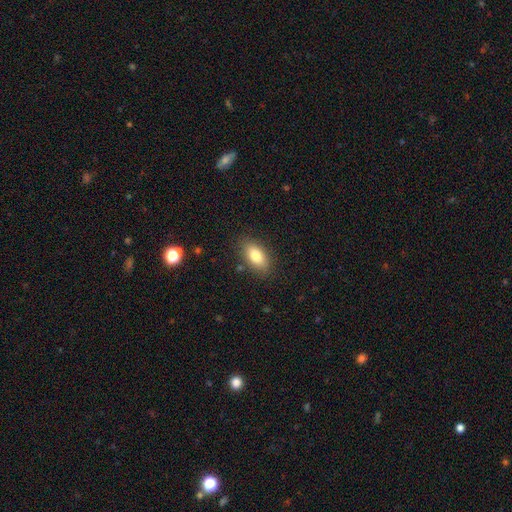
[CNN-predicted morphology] smooth-or-featured: smooth: 79% | featured or disk: 14% | star or artifact: 8%
  how-rounded: in between: 88% | cigar-shaped: 7% | round: 5%
  merging: none: 84% | minor disturbance: 11% | major disturbance: 3% | merger: 2%